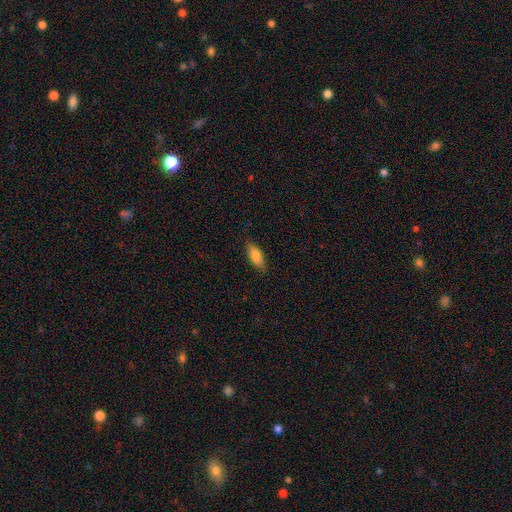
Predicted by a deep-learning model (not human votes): This appears to be a smooth galaxy with no disk features (84%) that is in between round and cigar-shaped (75%). Merging: none (83%).